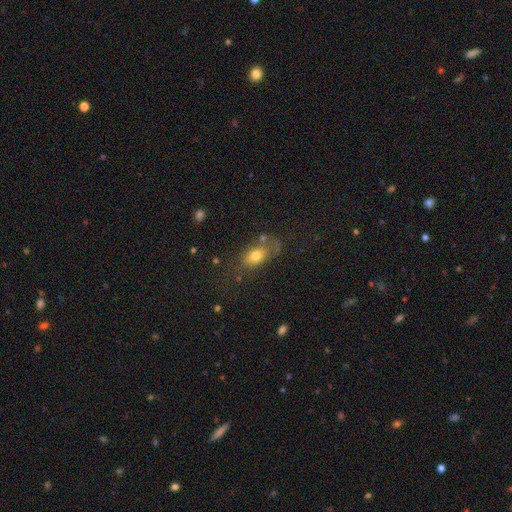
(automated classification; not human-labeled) Morphology: type=smooth (73%); roundness=in between (82%); merging=none (57%).